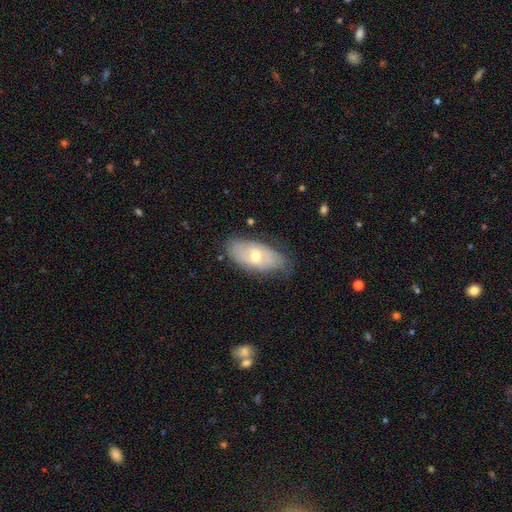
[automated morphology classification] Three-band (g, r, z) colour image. It shows a featured or disk galaxy (51%). Merging: none (72%).